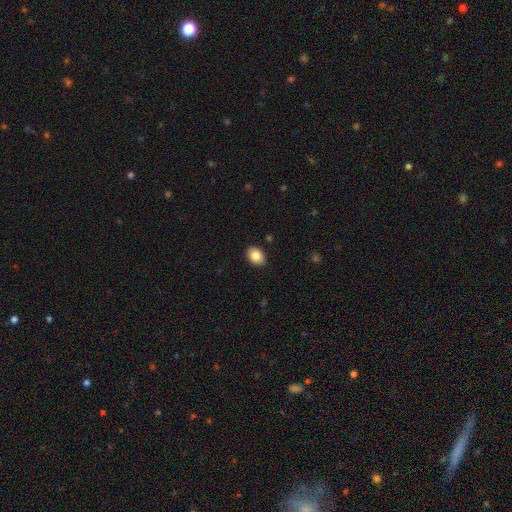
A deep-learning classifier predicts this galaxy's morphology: Smooth or featured: smooth — 85% (star or artifact — 8%)
How rounded: in between — 74% (round — 25%)
Merging: none — 90% (minor disturbance — 7%)